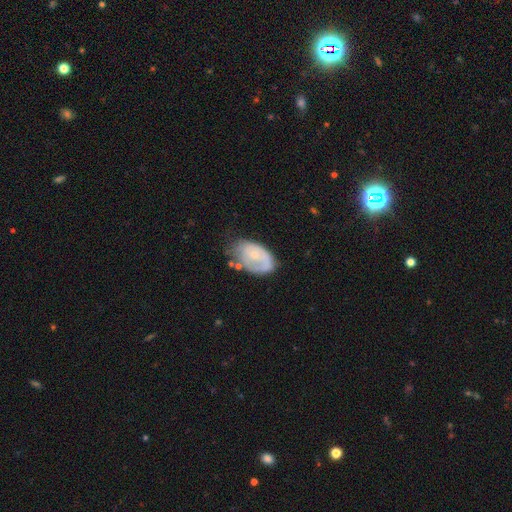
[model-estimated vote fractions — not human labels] This is possibly a smooth galaxy (47%). Merging: possibly none (45%).